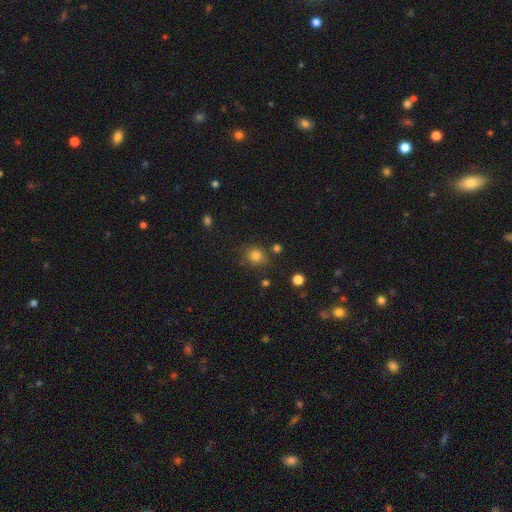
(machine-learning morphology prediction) Smooth or featured? smooth (80%)
How rounded? round (78%)
Merging? none (77%)